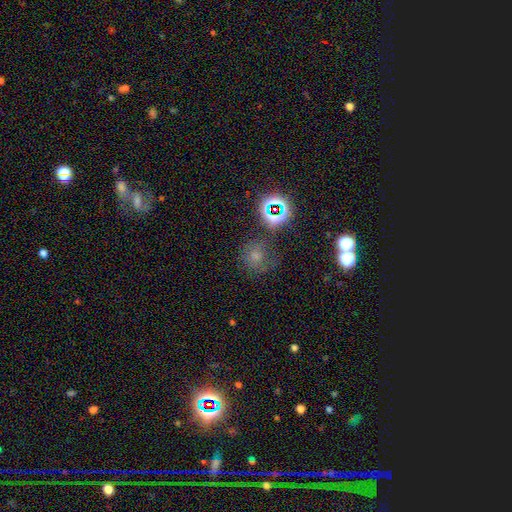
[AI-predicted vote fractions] Overall: smooth (58%; star or artifact 31%). How rounded: round (85%). Merging: none (64%).